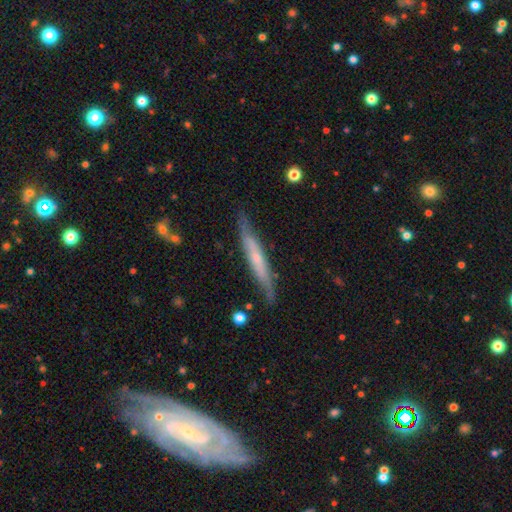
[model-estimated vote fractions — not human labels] Morphology: type=featured or disk (55%); edge-on=yes (87%); merging=none (80%).